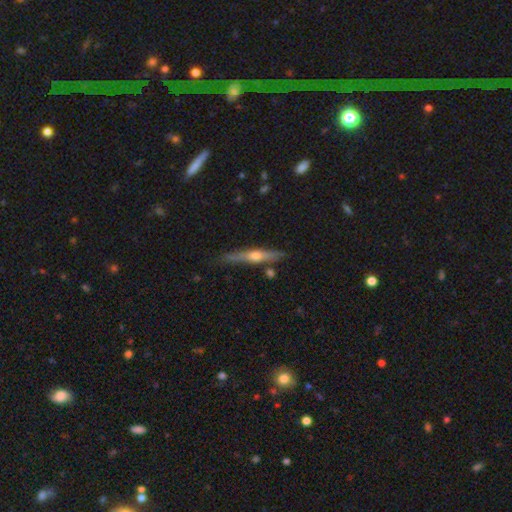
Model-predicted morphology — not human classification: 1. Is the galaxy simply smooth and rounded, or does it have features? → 69% featured or disk, 25% smooth, 6% star or artifact.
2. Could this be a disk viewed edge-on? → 96% yes, 4% no.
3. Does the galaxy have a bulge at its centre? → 91% rounded, 5% none, 4% boxy.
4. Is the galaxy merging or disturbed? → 81% none, 12% minor disturbance, 4% merger, 2% major disturbance.